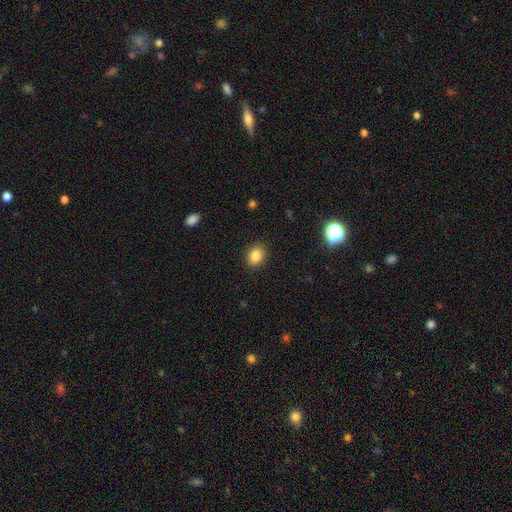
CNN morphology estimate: Smooth or featured? Predicted: smooth (p=0.84). How rounded? Predicted: in between (p=0.51). Merging? Predicted: none (p=0.89).